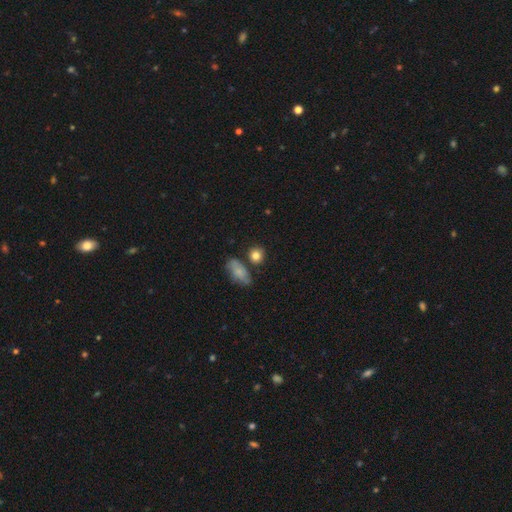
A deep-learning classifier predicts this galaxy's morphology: Smooth or featured?
  - smooth: 83% *
  - star or artifact: 9%
  - featured or disk: 8%
How rounded?
  - round: 79% *
  - in between: 19%
  - cigar-shaped: 2%
Merging?
  - none: 74% *
  - minor disturbance: 13%
  - merger: 10%
  - major disturbance: 4%